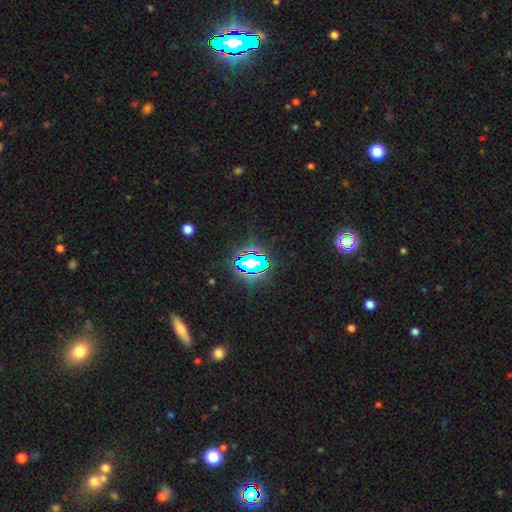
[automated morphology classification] Q: Smooth or featured?
A: star or artifact (76%); runner-up: smooth (15%)